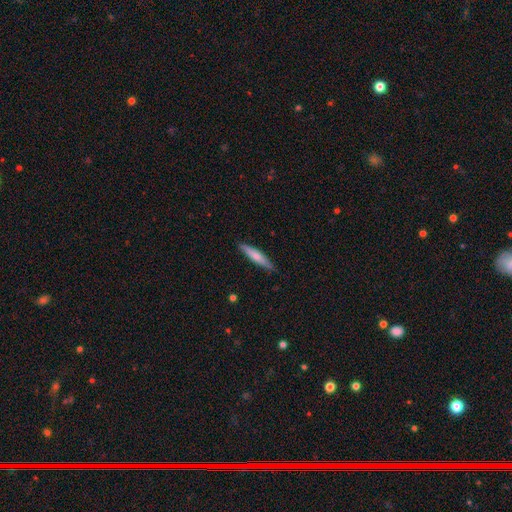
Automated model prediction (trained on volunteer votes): Q: Smooth or featured?
A: smooth (63%); runner-up: featured or disk (31%)
Q: How rounded?
A: cigar-shaped (88%); runner-up: in between (10%)
Q: Merging?
A: none (87%); runner-up: minor disturbance (10%)